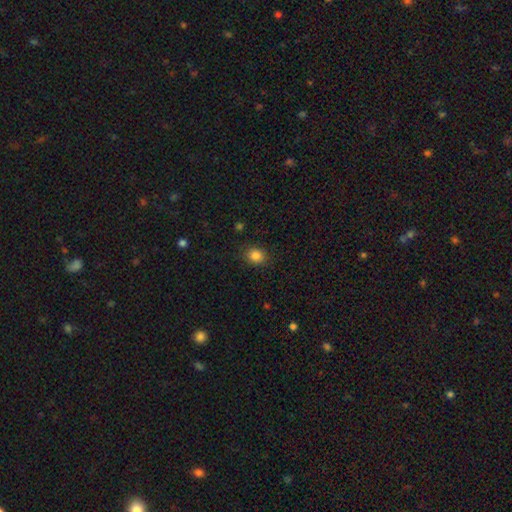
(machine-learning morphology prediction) This is clearly a smooth galaxy (84%). How rounded: likely round (62%). Merging: clearly none (87%).